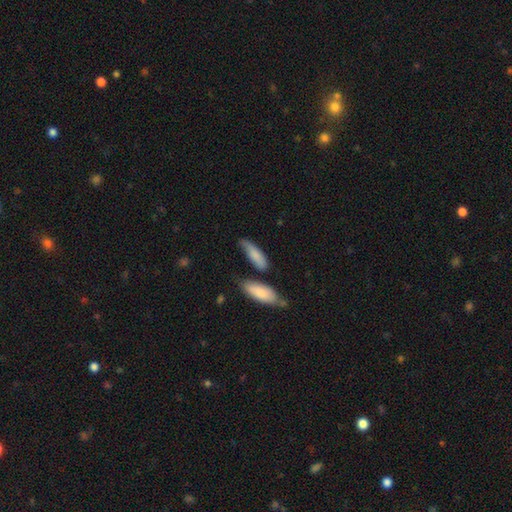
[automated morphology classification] The model was most divided on "how rounded": in between: 54%, cigar-shaped: 43%, round: 3%. More confident: smooth or featured — smooth (80%); merging — none (52%).